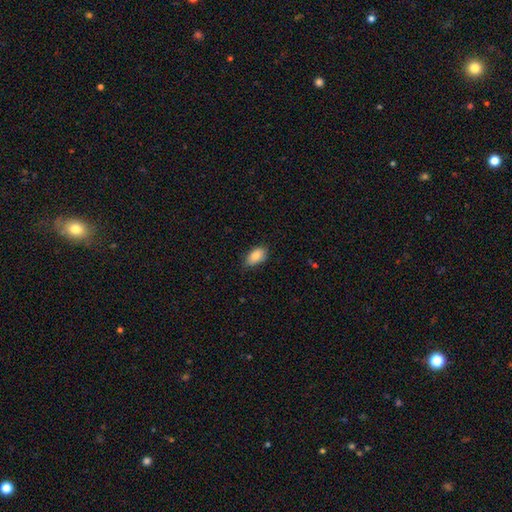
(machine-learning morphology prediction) smooth-or-featured: smooth: 84% | featured or disk: 9% | star or artifact: 7%
  how-rounded: in between: 92% | round: 6% | cigar-shaped: 2%
  merging: none: 74% | minor disturbance: 22% | major disturbance: 3% | merger: 1%